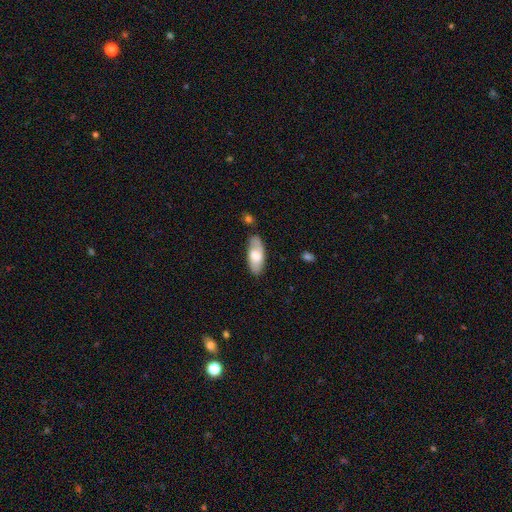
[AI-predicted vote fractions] Q: Smooth or featured?
A: smooth (62%); runner-up: featured or disk (32%)
Q: How rounded?
A: in between (85%); runner-up: cigar-shaped (13%)
Q: Merging?
A: none (76%); runner-up: minor disturbance (17%)